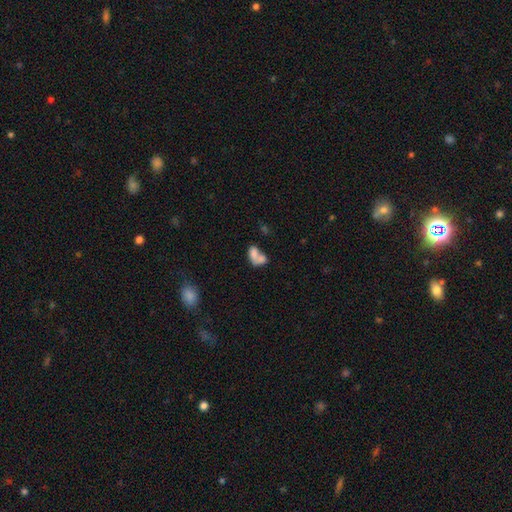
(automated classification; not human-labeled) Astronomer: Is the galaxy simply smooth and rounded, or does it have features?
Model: smooth — 70%.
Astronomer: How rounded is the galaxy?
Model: in between — 83%.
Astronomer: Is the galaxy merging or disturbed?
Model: merger — 65%.